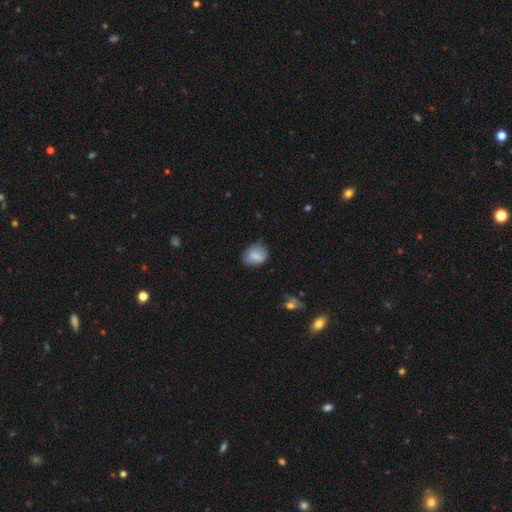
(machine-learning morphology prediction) Smooth or featured? smooth (80%)
How rounded? round (52%)
Merging? none (72%)